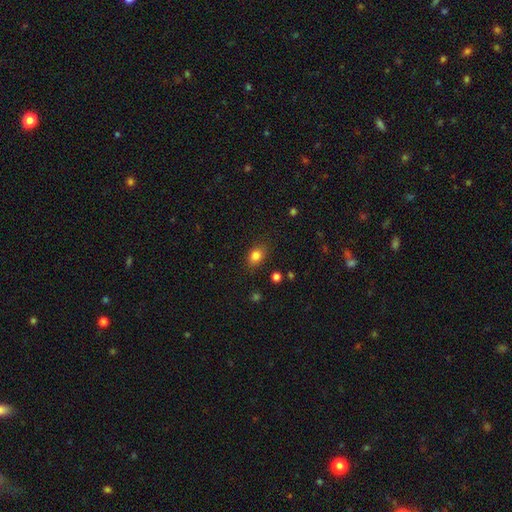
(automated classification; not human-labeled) Q: Smooth or featured?
A: smooth (83%); runner-up: star or artifact (11%)
Q: How rounded?
A: in between (71%); runner-up: round (27%)
Q: Merging?
A: none (82%); runner-up: minor disturbance (13%)